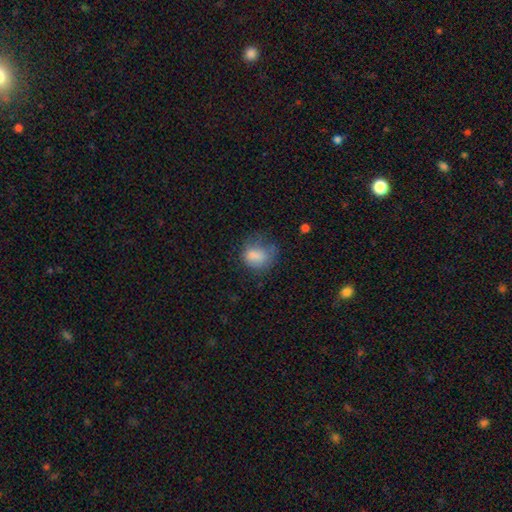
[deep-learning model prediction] This is likely a smooth galaxy (75%). How rounded: possibly in between (53%). Merging: marginally none (44%).